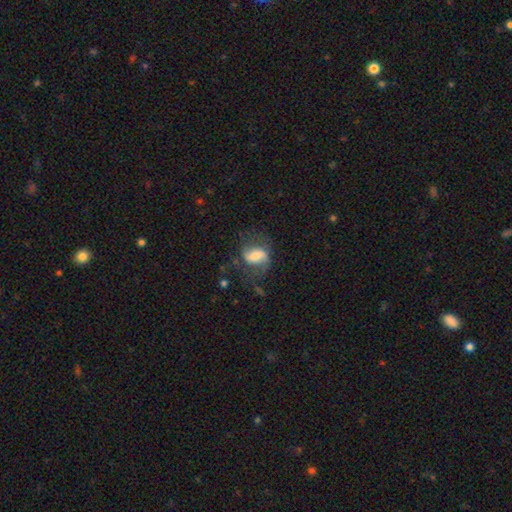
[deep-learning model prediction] Smooth or featured? Predicted: featured or disk (p=0.58). Edge-on disk? Predicted: no (p=0.95). Bar? Predicted: weak (p=0.41). Spiral arms? Predicted: yes (p=0.83). Bulge size? Predicted: moderate (p=0.43). Merging? Predicted: none (p=0.54).